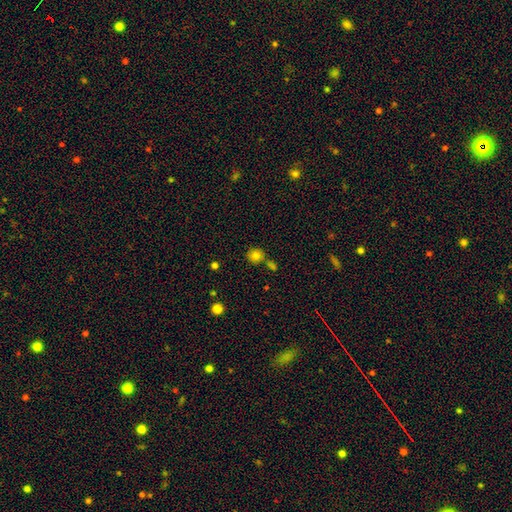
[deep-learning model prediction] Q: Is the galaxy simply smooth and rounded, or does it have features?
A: smooth — 80%.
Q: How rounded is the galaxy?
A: round — 88%.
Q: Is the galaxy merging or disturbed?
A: none — 71%.